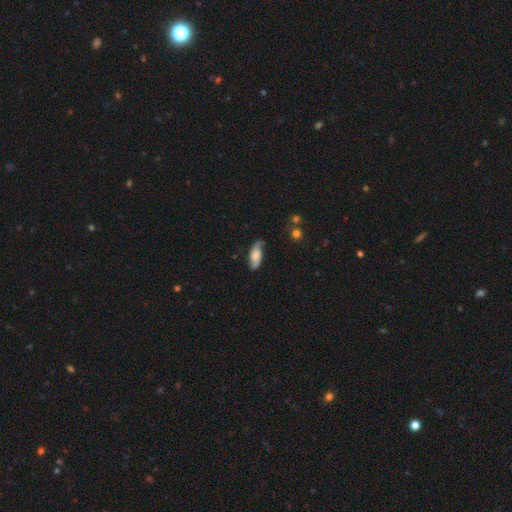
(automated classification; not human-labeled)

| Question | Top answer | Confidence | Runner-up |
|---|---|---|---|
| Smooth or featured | smooth | 51% | featured or disk (41%) |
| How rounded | in between | 77% | cigar-shaped (21%) |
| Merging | none | 75% | minor disturbance (19%) |